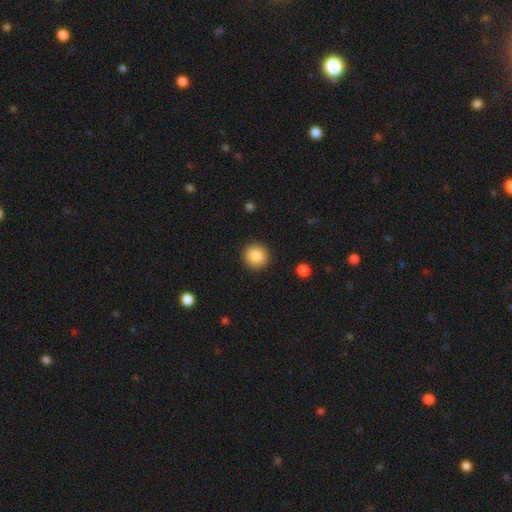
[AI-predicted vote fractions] smooth 86%, star or artifact 9%, featured or disk 5%. Down the decision tree: how rounded — round (93%); merging — none (91%).